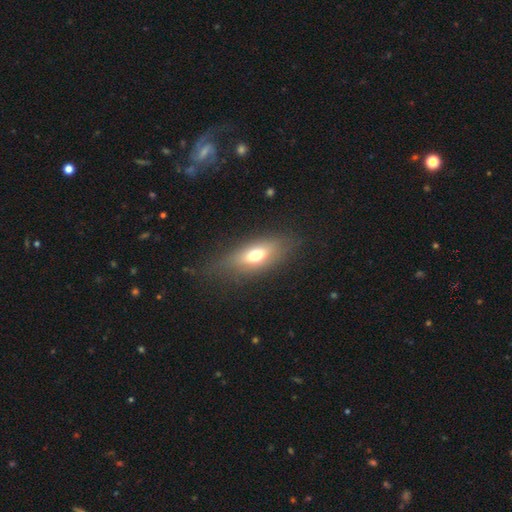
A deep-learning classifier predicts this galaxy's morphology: type=smooth (65%); roundness=in between (77%); merging=none (75%).